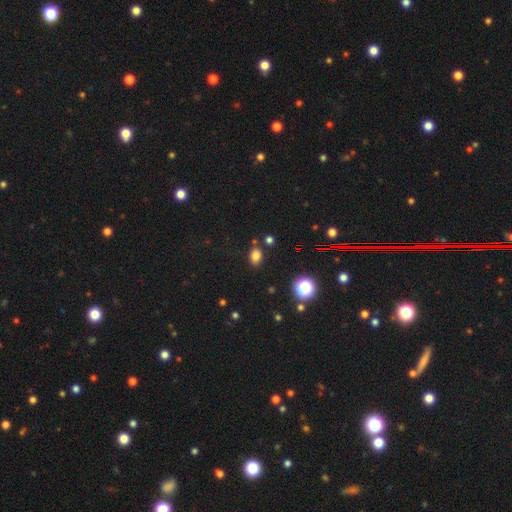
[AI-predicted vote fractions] Smooth or featured? smooth (77%)
How rounded? in between (67%)
Merging? none (80%)